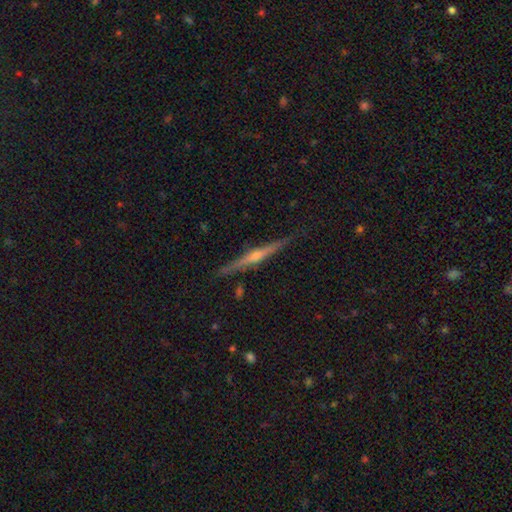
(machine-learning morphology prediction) Smooth or featured?
  - featured or disk: 77% *
  - smooth: 17%
  - star or artifact: 6%
Edge-on disk?
  - yes: 98% *
  - no: 2%
Edge-on bulge?
  - rounded: 80% *
  - none: 15%
  - boxy: 6%
Merging?
  - none: 88% *
  - minor disturbance: 9%
  - major disturbance: 2%
  - merger: 1%